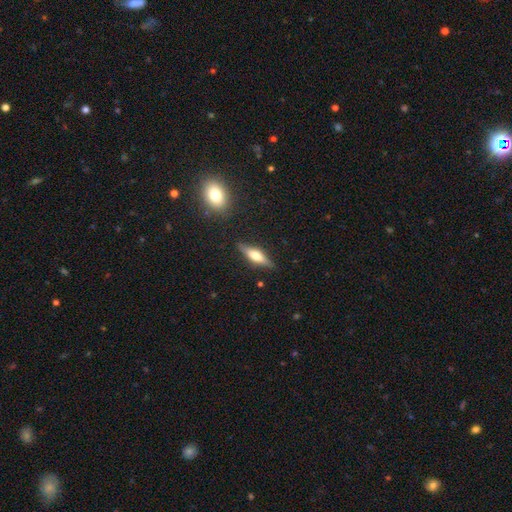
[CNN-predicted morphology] This is possibly a featured or disk galaxy (56%). It is clearly viewed edge-on (94%). Edge-on bulge: clearly rounded (81%). Merging: clearly none (85%).